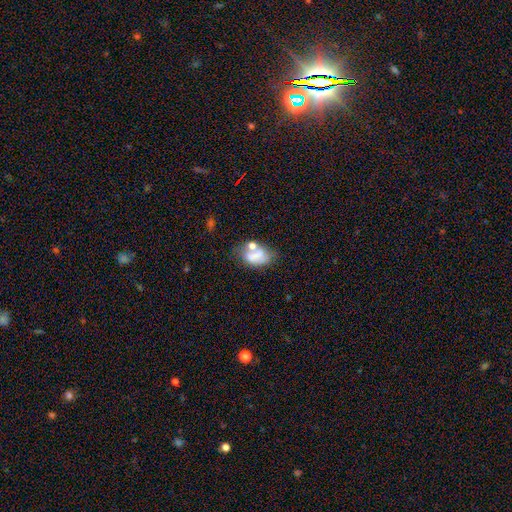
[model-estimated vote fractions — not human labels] This appears to be a smooth galaxy with no disk features (58%) that is in between round and cigar-shaped (83%). Merging: none (36%).